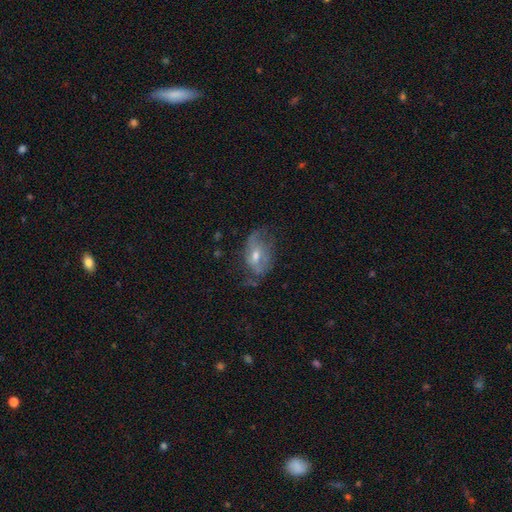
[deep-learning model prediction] Morphology: type=featured or disk (59%); edge-on=no (93%); bar=no (50%); spiral arms=yes (65%); bulge=moderate (60%); merging=none (46%).